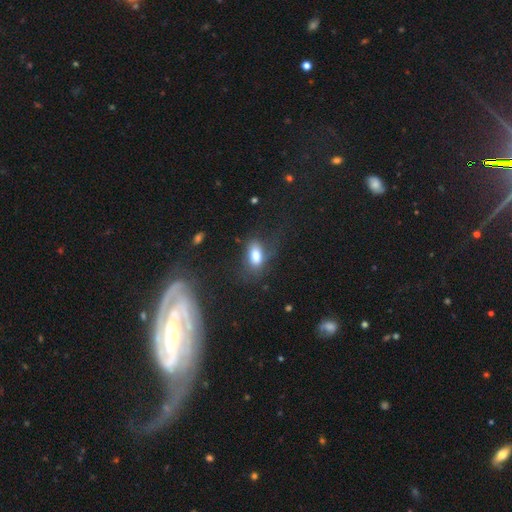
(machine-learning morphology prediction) Smooth or featured: smooth — 77% (featured or disk — 13%)
How rounded: in between — 88% (round — 7%)
Merging: none — 60% (minor disturbance — 22%)